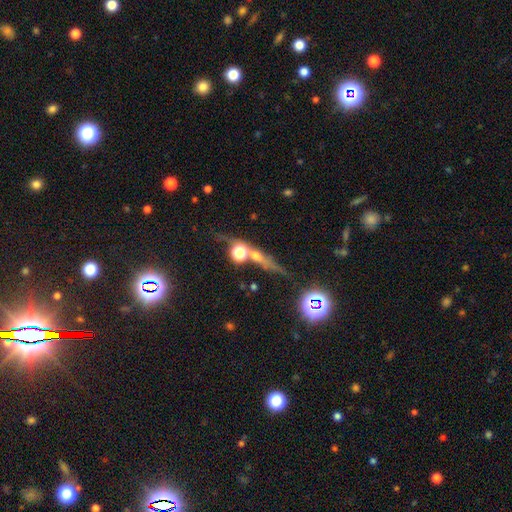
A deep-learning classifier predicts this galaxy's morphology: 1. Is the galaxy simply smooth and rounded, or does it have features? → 37% smooth, 35% featured or disk, 27% star or artifact.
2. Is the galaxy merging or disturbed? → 55% none, 22% merger, 13% minor disturbance, 9% major disturbance.